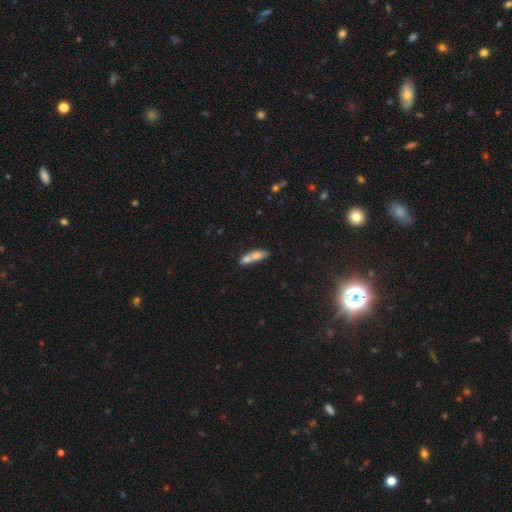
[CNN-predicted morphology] This appears to be a smooth galaxy with no disk features (67%) that is cigar-shaped (53%). Merging: merger (51%).